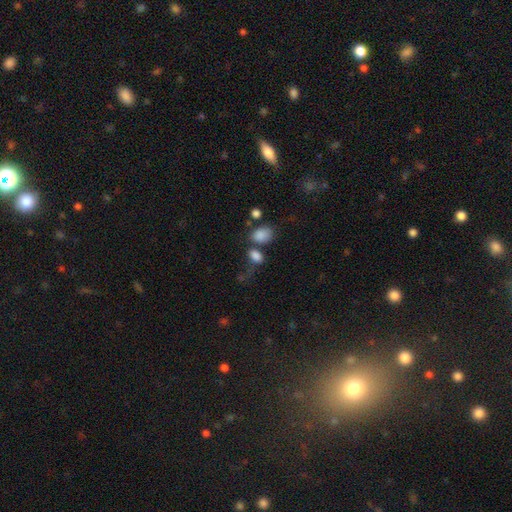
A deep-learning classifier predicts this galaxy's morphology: Smooth or featured? smooth (83%)
How rounded? in between (82%)
Merging? none (44%)